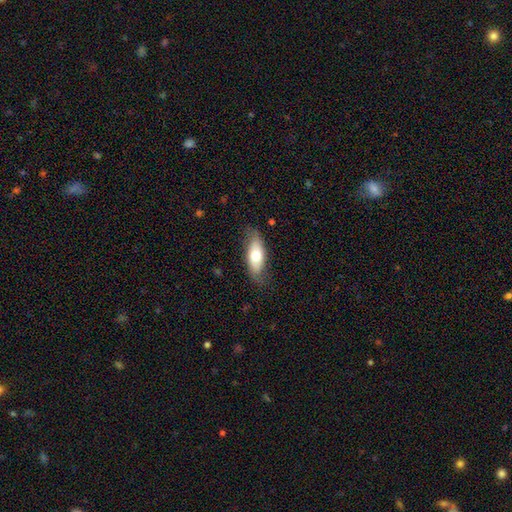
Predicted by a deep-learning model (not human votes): Q: Smooth or featured?
A: smooth (64%); runner-up: featured or disk (30%)
Q: How rounded?
A: in between (76%); runner-up: cigar-shaped (21%)
Q: Merging?
A: none (75%); runner-up: minor disturbance (19%)